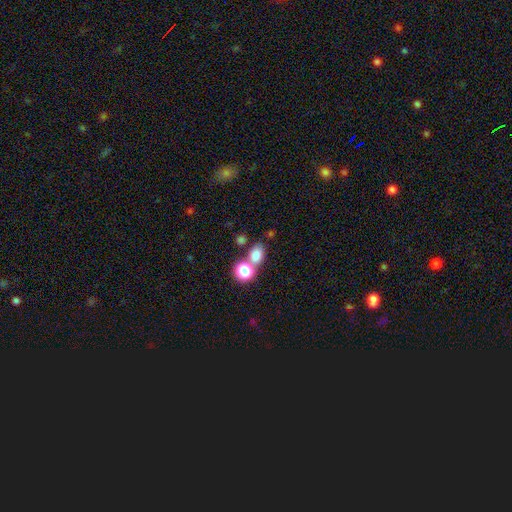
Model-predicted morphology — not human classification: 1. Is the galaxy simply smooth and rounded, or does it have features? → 77% smooth, 15% star or artifact, 8% featured or disk.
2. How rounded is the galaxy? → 57% in between, 41% round, 2% cigar-shaped.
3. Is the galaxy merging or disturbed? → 54% none, 33% merger, 9% minor disturbance, 4% major disturbance.